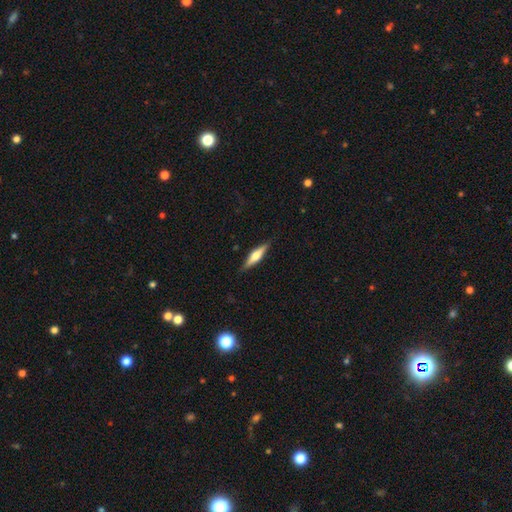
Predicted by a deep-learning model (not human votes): featured or disk 56%, smooth 38%, star or artifact 6%. Down the decision tree: edge-on disk — yes (96%); edge-on bulge — rounded (87%); merging — none (87%).